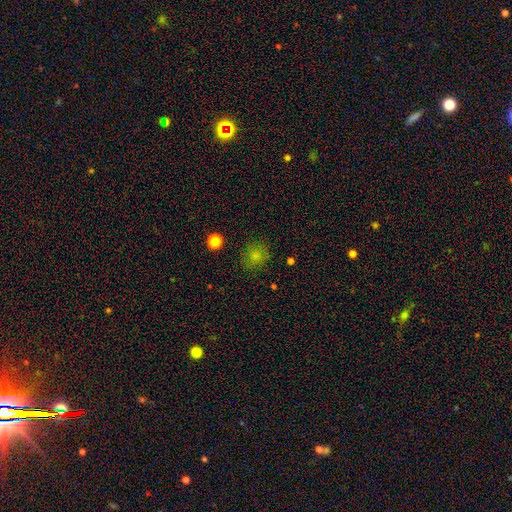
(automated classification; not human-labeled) smooth 78%, star or artifact 15%, featured or disk 6%. Down the decision tree: how rounded — round (83%); merging — none (80%).